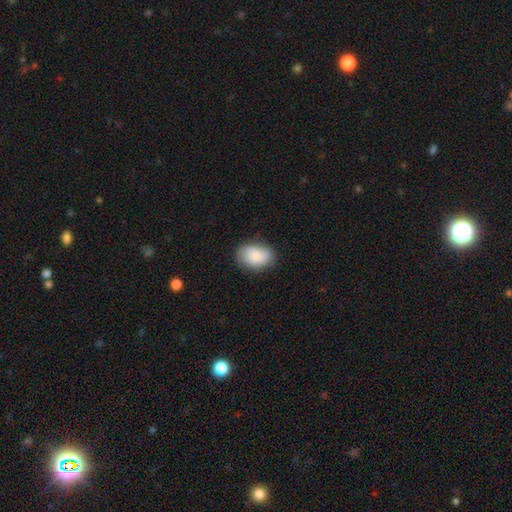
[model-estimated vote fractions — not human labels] The model was most divided on "merging": none: 79%, minor disturbance: 16%, major disturbance: 4%, merger: 1%. More confident: smooth or featured — smooth (86%); how rounded — in between (84%).